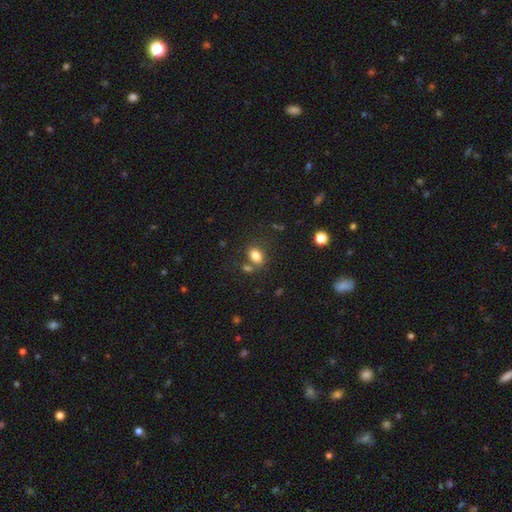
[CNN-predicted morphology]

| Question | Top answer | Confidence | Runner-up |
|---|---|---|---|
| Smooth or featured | smooth | 82% | star or artifact (10%) |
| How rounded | in between | 78% | round (20%) |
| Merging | none | 66% | merger (17%) |